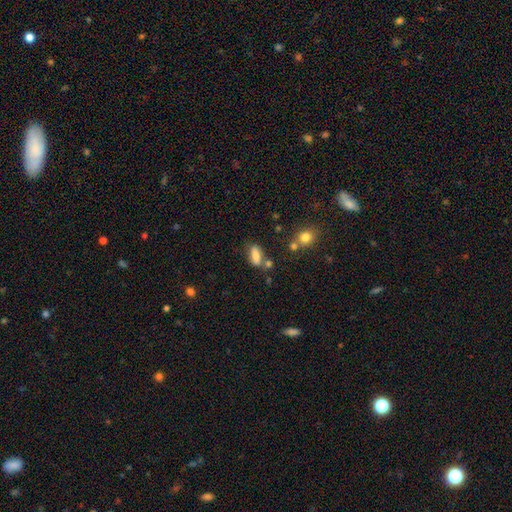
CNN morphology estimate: This is likely a smooth galaxy (73%). How rounded: likely in between (75%). Merging: possibly none (58%).